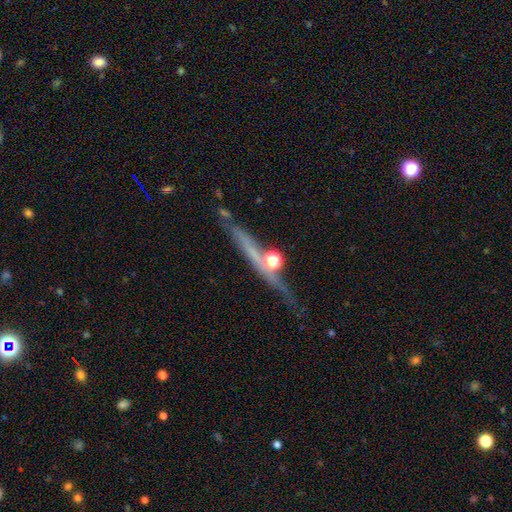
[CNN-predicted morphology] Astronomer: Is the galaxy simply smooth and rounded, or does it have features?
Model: featured or disk — 74%.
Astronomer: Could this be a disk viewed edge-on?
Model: yes — 95%.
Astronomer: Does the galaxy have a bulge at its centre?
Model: rounded — 70%.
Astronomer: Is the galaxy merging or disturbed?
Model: none — 76%.